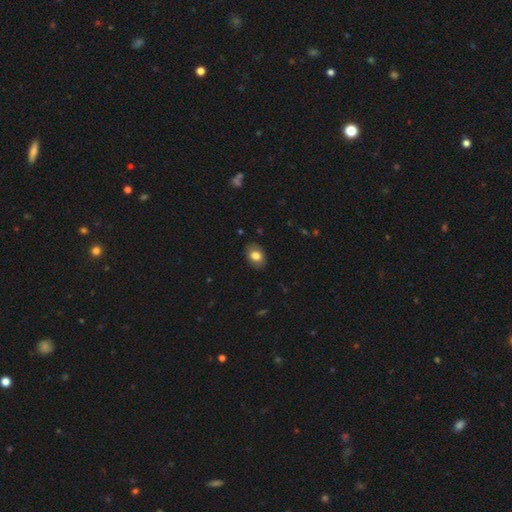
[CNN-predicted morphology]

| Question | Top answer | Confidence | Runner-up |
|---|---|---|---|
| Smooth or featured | smooth | 79% | featured or disk (13%) |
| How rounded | in between | 74% | round (25%) |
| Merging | none | 85% | minor disturbance (12%) |